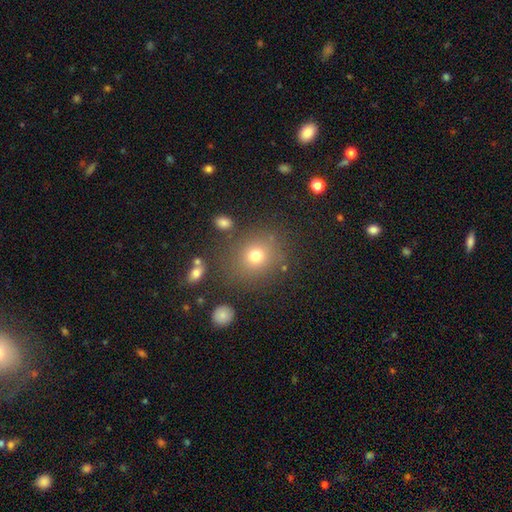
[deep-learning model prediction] A smooth galaxy with no disk features (73%) that is round (77%).

Vote fractions:
- Smooth or featured? smooth: 73% / star or artifact: 17% / featured or disk: 10%
- How rounded? round: 77% / in between: 22% / cigar-shaped: 1%
- Merging? none: 80% / minor disturbance: 11% / major disturbance: 5% / merger: 5%